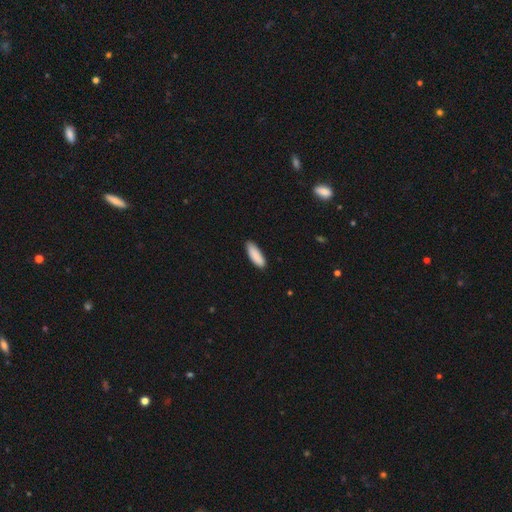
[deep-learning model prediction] The model was most divided on "how rounded": in between: 58%, cigar-shaped: 40%, round: 1%. More confident: smooth or featured — smooth (90%); merging — none (86%).